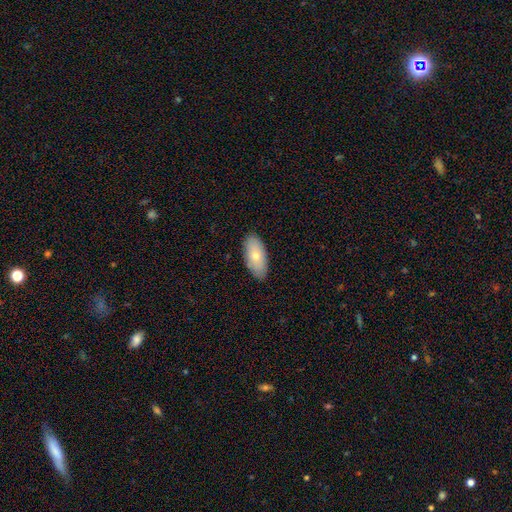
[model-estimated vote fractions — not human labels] smooth-or-featured: smooth: 70% | featured or disk: 23% | star or artifact: 6%
  how-rounded: in between: 91% | cigar-shaped: 5% | round: 3%
  merging: none: 86% | minor disturbance: 11% | major disturbance: 2% | merger: 1%